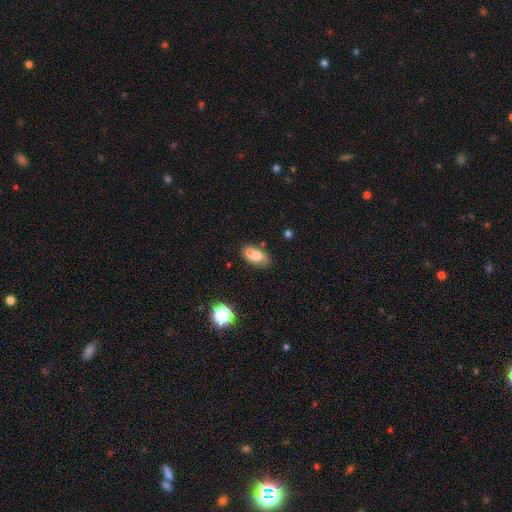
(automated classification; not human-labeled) Smooth or featured?
  - smooth: 70% *
  - featured or disk: 20%
  - star or artifact: 10%
How rounded?
  - in between: 87% *
  - round: 8%
  - cigar-shaped: 5%
Merging?
  - none: 50% *
  - merger: 26%
  - minor disturbance: 18%
  - major disturbance: 6%